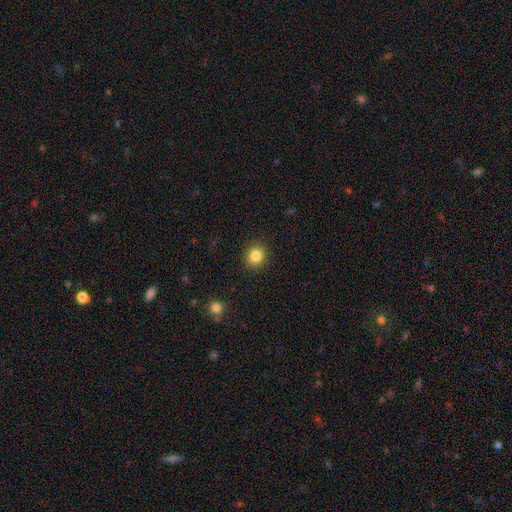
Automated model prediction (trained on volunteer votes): Smooth or featured? smooth (84%)
How rounded? round (84%)
Merging? none (90%)